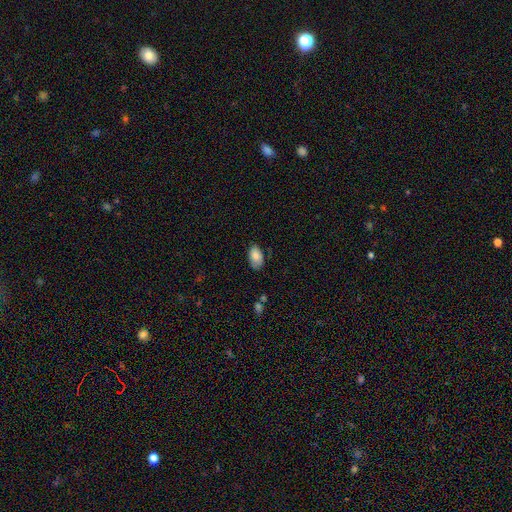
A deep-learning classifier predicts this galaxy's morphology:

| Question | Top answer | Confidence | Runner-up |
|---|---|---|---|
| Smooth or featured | smooth | 80% | featured or disk (13%) |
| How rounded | in between | 93% | round (5%) |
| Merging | none | 72% | minor disturbance (23%) |